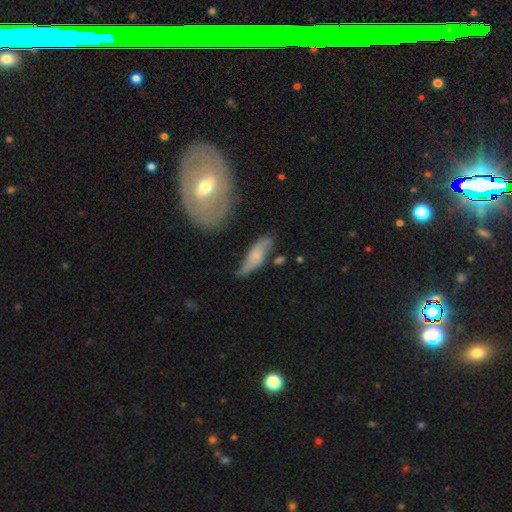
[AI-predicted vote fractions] Morphology: type=smooth (49%); merging=none (57%).